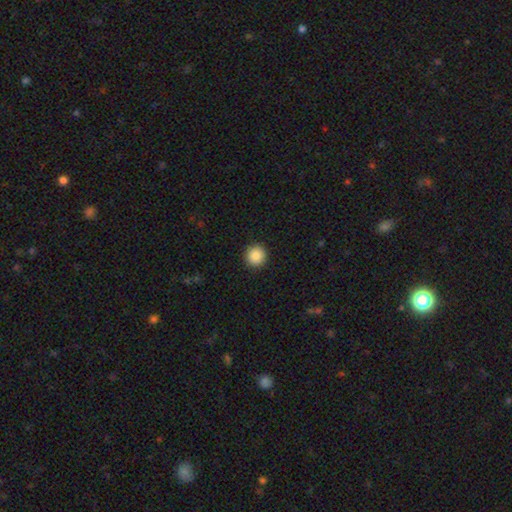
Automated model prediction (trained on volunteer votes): This appears to be a smooth galaxy with no disk features (87%) that is round (94%). Merging: none (93%).